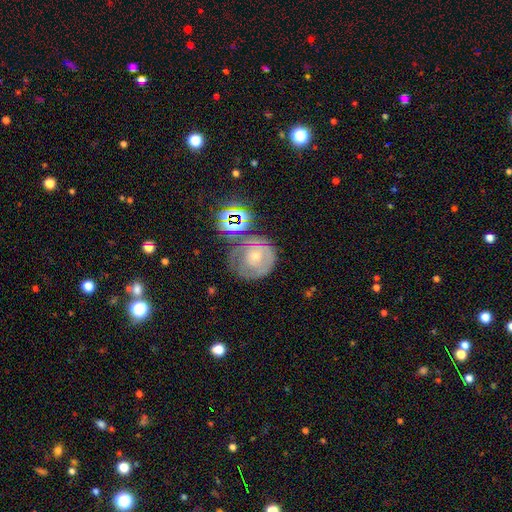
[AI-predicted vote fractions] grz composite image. It shows a featured or disk galaxy (58%) with no bar (81%), spiral arms (70%) and a small central bulge (51%). Merging: none (57%).